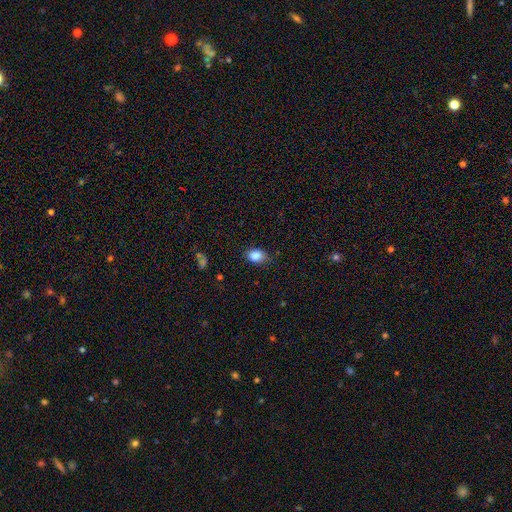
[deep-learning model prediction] Smooth or featured? smooth (87%)
How rounded? in between (76%)
Merging? none (74%)